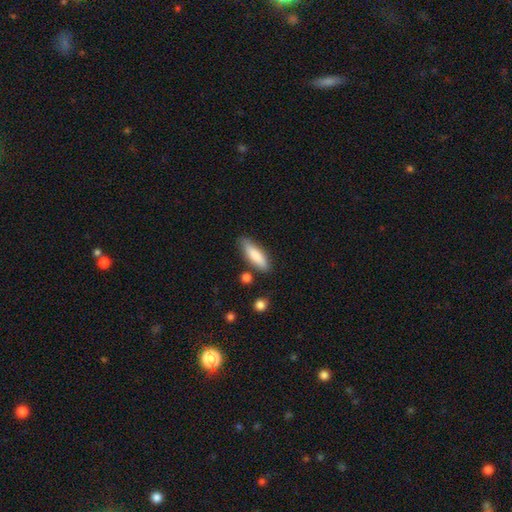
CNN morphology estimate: A smooth galaxy with no disk features (81%) that is cigar-shaped (56%). Merging: none (77%).